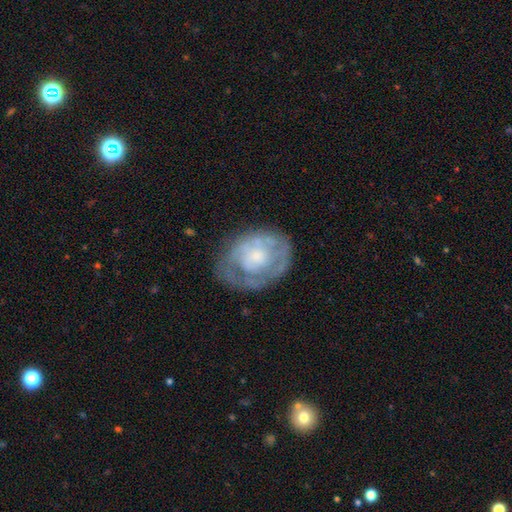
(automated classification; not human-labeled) Smooth or featured?
  - featured or disk: 66% *
  - smooth: 27%
  - star or artifact: 7%
Edge-on disk?
  - no: 97% *
  - yes: 3%
Bar?
  - no: 83% *
  - weak: 15%
  - strong: 3%
Spiral arms?
  - yes: 55% *
  - no: 45%
Bulge size?
  - small: 50% *
  - moderate: 34%
  - none: 8%
  - large: 7%
  - dominant: 2%
Merging?
  - none: 63% *
  - minor disturbance: 22%
  - major disturbance: 13%
  - merger: 2%